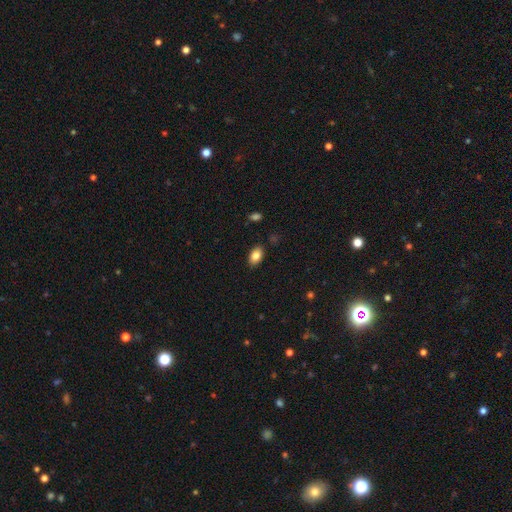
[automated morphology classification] This appears to be a smooth galaxy with no disk features (84%) that is in between round and cigar-shaped (90%). Merging: none (87%).